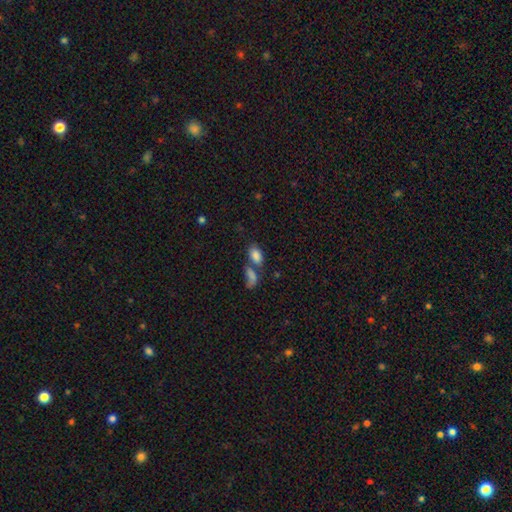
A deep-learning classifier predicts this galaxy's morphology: Overall: smooth (83%). How rounded: in between (91%). Merging: merger (45%; none 39%).